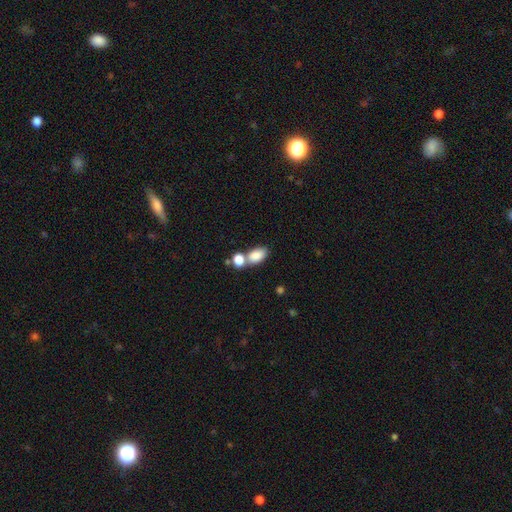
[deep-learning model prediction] smooth-or-featured: smooth: 84% | star or artifact: 9% | featured or disk: 7%
  how-rounded: in between: 89% | round: 9% | cigar-shaped: 2%
  merging: none: 44% | merger: 41% | minor disturbance: 11% | major disturbance: 5%